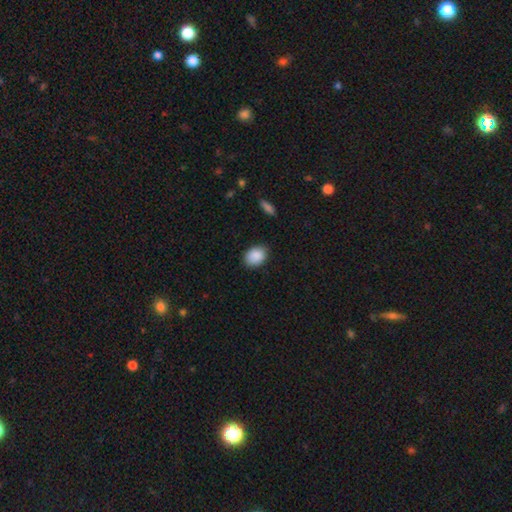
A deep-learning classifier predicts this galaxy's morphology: Q: Smooth or featured?
A: smooth (89%); runner-up: star or artifact (8%)
Q: How rounded?
A: in between (70%); runner-up: round (29%)
Q: Merging?
A: none (83%); runner-up: minor disturbance (13%)